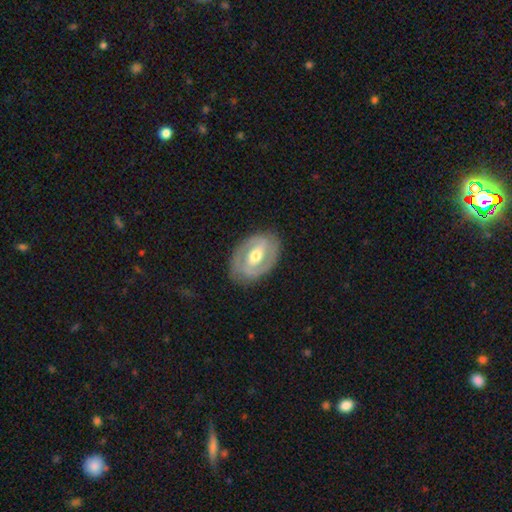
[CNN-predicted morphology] This is likely a featured or disk galaxy (76%). It is clearly not viewed edge-on (95%). Bar: marginally weak (40%). Spiral arm pattern: likely yes (68%). Central bulge: likely moderate (73%). Merging: clearly none (80%).